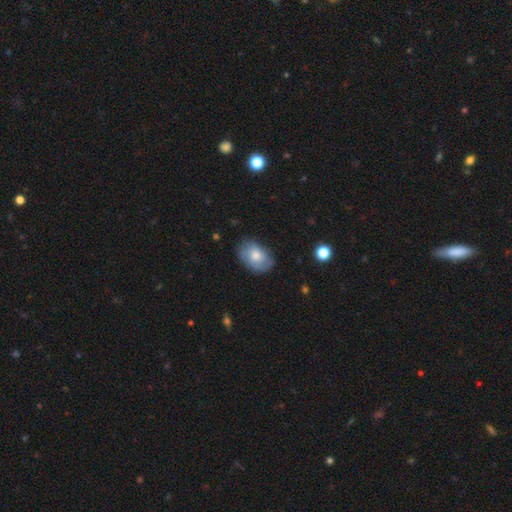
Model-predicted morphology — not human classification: Smooth or featured? Predicted: smooth (p=0.67). How rounded? Predicted: in between (p=0.83). Merging? Predicted: none (p=0.70).